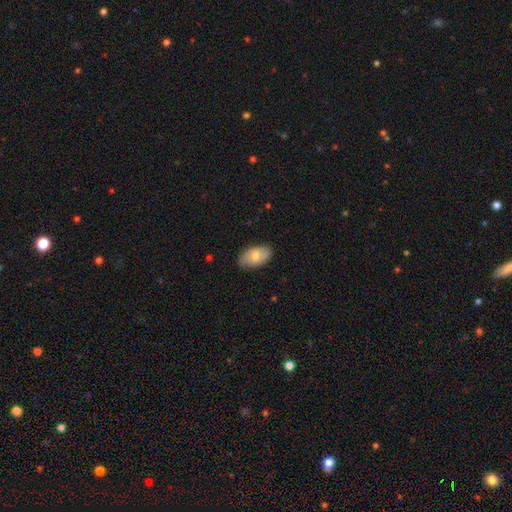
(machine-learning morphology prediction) smooth 64%, featured or disk 30%, star or artifact 6%. Down the decision tree: how rounded — in between (94%); merging — none (82%).